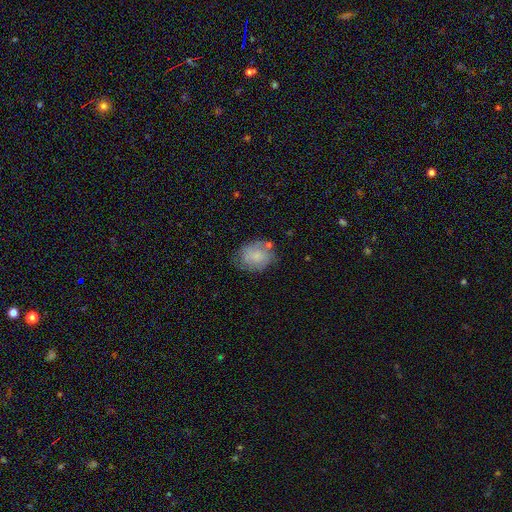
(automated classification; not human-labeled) Smooth or featured: smooth — 64% (featured or disk — 27%)
How rounded: in between — 53% (round — 46%)
Merging: none — 55% (minor disturbance — 28%)